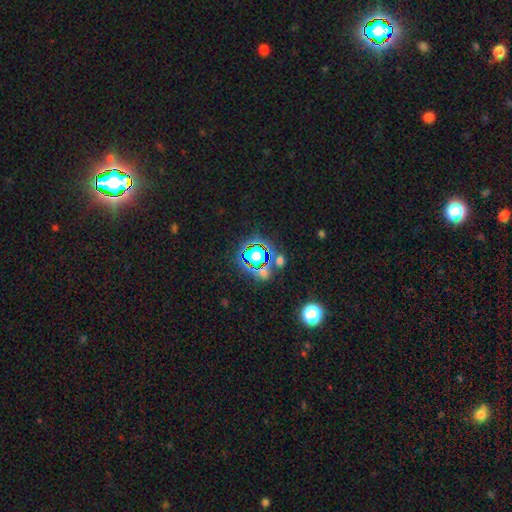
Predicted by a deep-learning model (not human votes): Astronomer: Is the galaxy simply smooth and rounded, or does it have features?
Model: star or artifact — 62%.